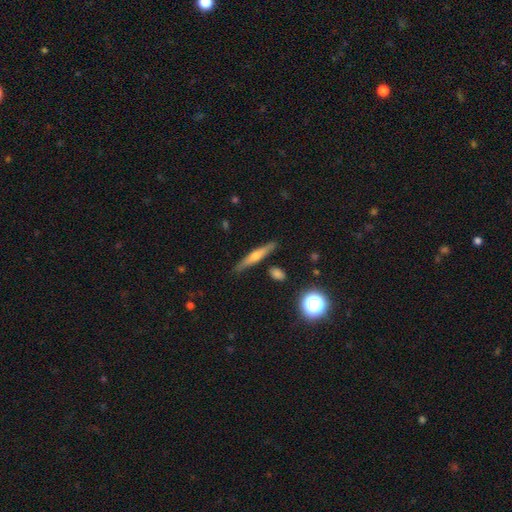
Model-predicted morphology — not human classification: Q: Smooth or featured?
A: featured or disk (59%); runner-up: smooth (32%)
Q: Edge-on disk?
A: yes (96%); runner-up: no (4%)
Q: Edge-on bulge?
A: rounded (83%); runner-up: none (10%)
Q: Merging?
A: none (88%); runner-up: minor disturbance (8%)